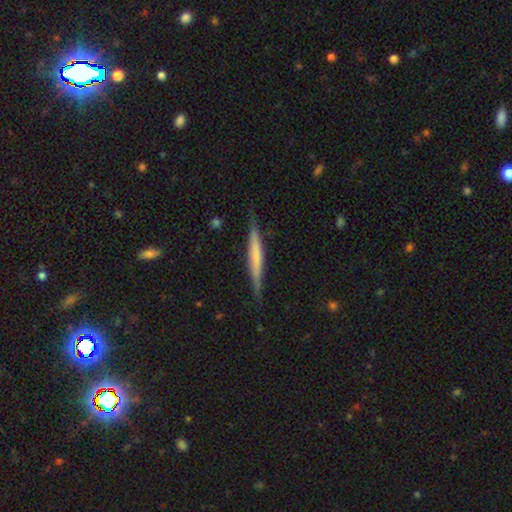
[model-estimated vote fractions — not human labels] Smooth or featured? Predicted: featured or disk (p=0.52). Edge-on disk? Predicted: yes (p=0.96). Merging? Predicted: none (p=0.84).